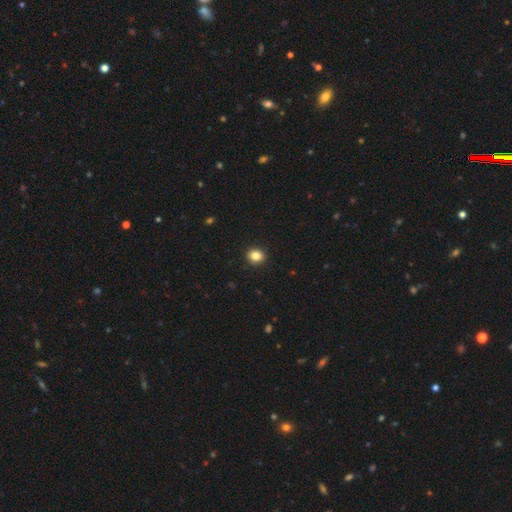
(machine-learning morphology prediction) smooth 85%, star or artifact 10%, featured or disk 5%. Down the decision tree: how rounded — round (63%); merging — none (92%).